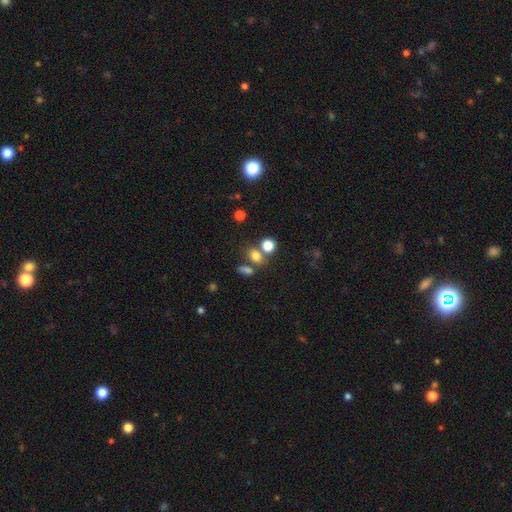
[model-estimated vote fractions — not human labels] This appears to be a smooth galaxy with no disk features (75%) that is in between round and cigar-shaped (49%, tied with round). Merging: none (54%).